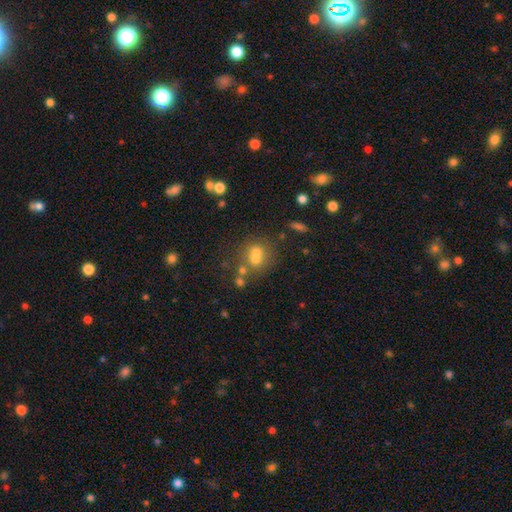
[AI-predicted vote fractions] Smooth or featured? smooth (57%)
How rounded? round (68%)
Merging? merger (43%)